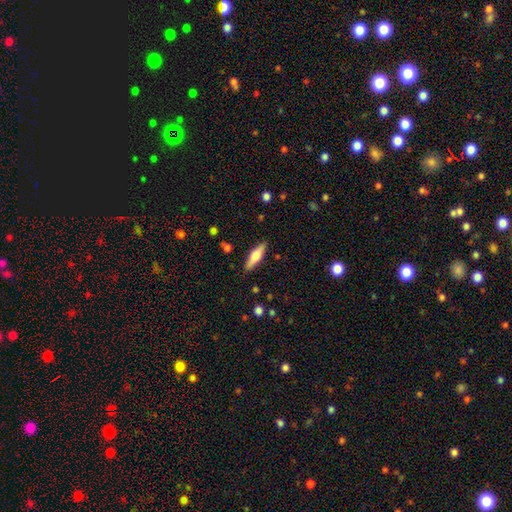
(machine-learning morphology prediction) A smooth galaxy with no disk features (52%) that is cigar-shaped (55%). Merging: none (88%).